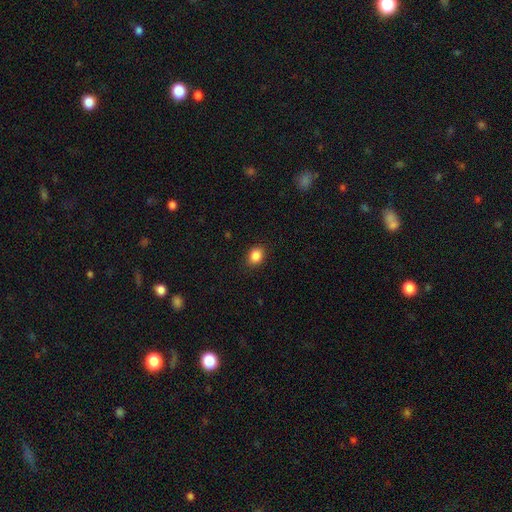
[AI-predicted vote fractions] smooth-or-featured: smooth: 86% | star or artifact: 10% | featured or disk: 4%
  how-rounded: round: 56% | in between: 43% | cigar-shaped: 1%
  merging: none: 88% | minor disturbance: 8% | major disturbance: 2% | merger: 1%